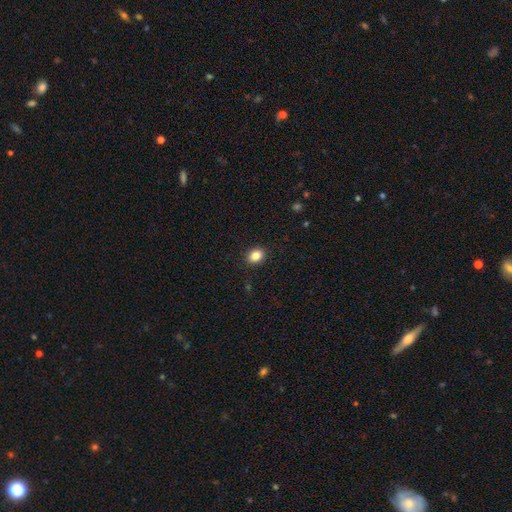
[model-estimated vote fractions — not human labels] This is clearly a smooth galaxy (85%). How rounded: possibly in between (53%). Merging: clearly none (90%).